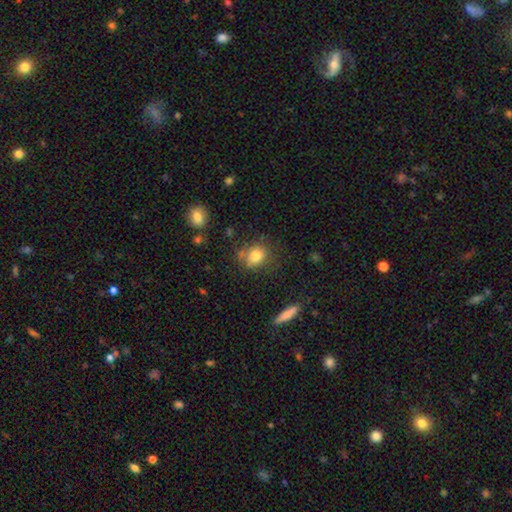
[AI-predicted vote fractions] Smooth or featured? smooth (80%)
How rounded? round (62%)
Merging? none (67%)